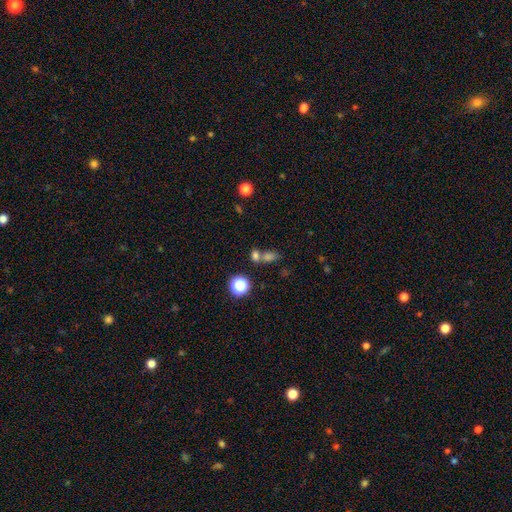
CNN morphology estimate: Overall: smooth (70%). How rounded: in between (55%; round 42%). Merging: merger (50%; none 38%).